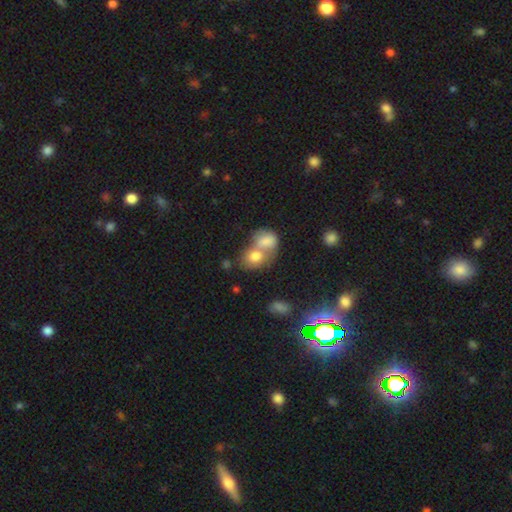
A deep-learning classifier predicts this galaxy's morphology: Smooth or featured: smooth — 76% (featured or disk — 15%)
How rounded: in between — 52% (round — 46%)
Merging: merger — 69% (none — 21%)